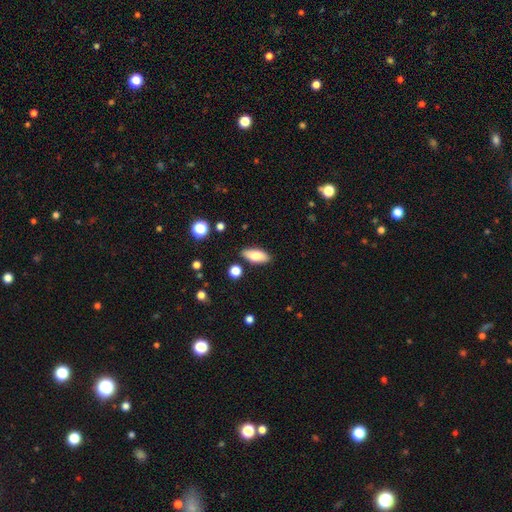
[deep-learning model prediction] smooth_or_featured: smooth (p=0.80) [alt: featured or disk p=0.13]
how_rounded: in between (p=0.83) [alt: cigar-shaped p=0.15]
merging: none (p=0.84) [alt: minor disturbance p=0.11]